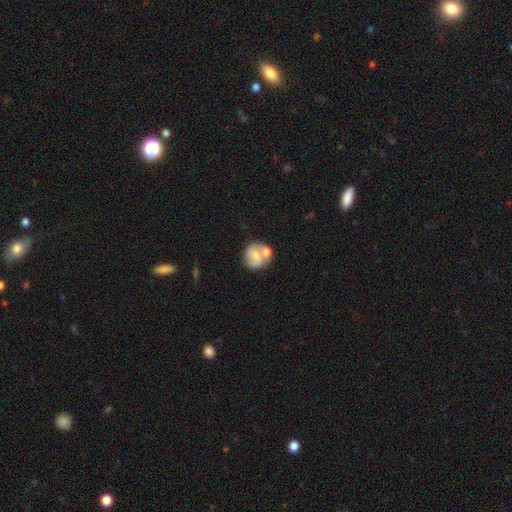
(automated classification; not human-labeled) smooth 60%, featured or disk 33%, star or artifact 7%. Down the decision tree: how rounded — round (84%); merging — none (44%).